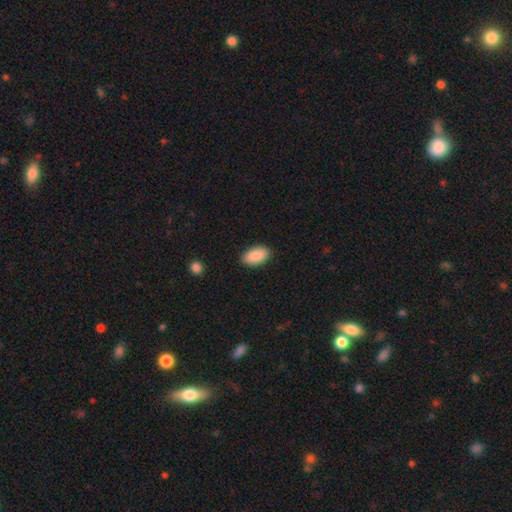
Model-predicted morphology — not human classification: Smooth or featured: smooth — 90% (star or artifact — 6%)
How rounded: in between — 95% (round — 3%)
Merging: none — 88% (minor disturbance — 9%)